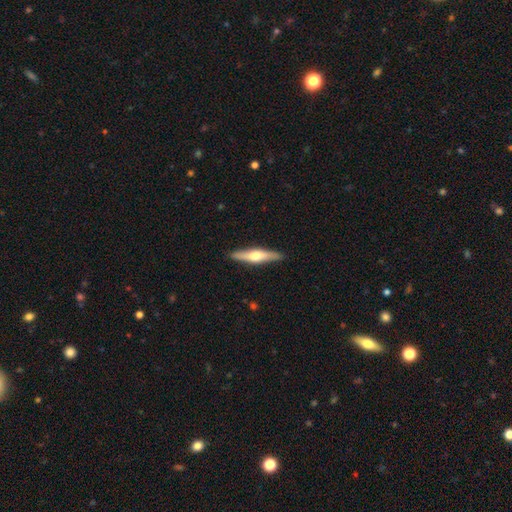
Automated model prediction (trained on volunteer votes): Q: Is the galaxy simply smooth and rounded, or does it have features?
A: featured or disk — 58%.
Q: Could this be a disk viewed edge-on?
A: yes — 95%.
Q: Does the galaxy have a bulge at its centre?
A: rounded — 91%.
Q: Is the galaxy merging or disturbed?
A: none — 90%.